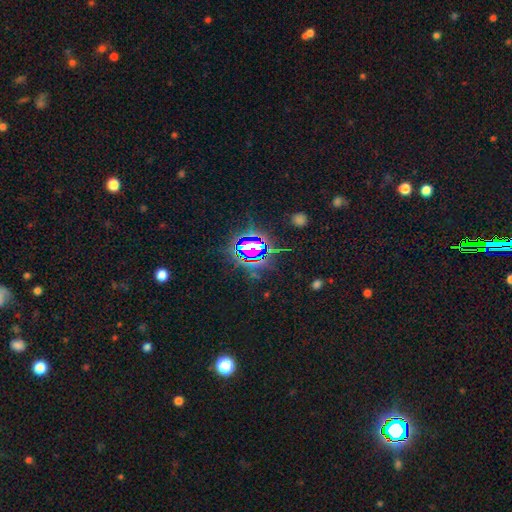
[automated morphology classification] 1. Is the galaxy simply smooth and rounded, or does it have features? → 79% star or artifact, 11% smooth, 10% featured or disk.